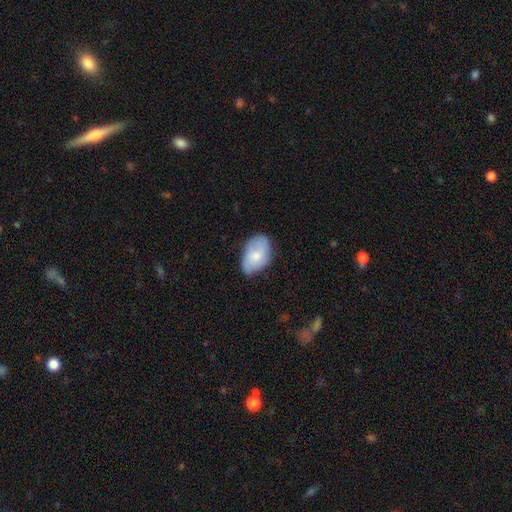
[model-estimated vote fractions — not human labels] smooth_or_featured: smooth (p=0.70) [alt: featured or disk p=0.23]
how_rounded: in between (p=0.91) [alt: round p=0.07]
merging: none (p=0.58) [alt: minor disturbance p=0.33]